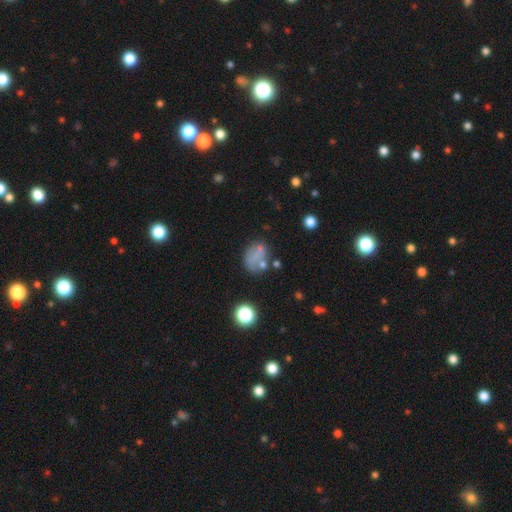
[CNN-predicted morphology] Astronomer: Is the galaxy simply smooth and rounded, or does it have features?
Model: smooth — 59%.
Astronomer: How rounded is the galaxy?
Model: in between — 62%.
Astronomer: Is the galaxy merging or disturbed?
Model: none — 48% (runner-up: minor disturbance, 23%).